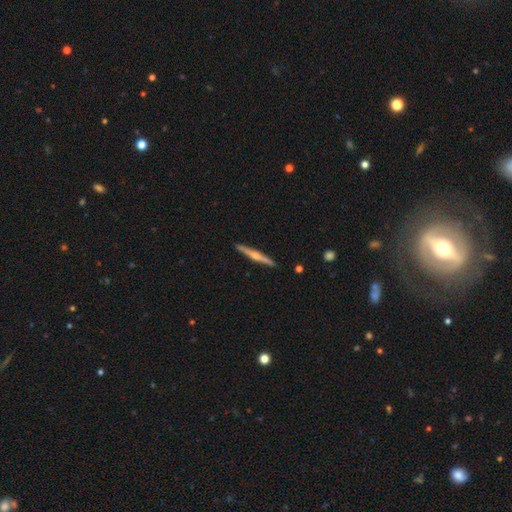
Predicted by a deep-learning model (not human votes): The model was most divided on "smooth or featured": featured or disk: 71%, smooth: 24%, star or artifact: 5%. More confident: edge-on disk — yes (98%); merging — none (91%); edge-on bulge — rounded (84%).